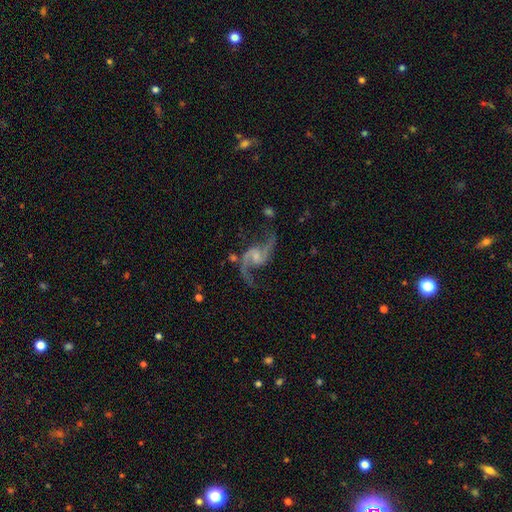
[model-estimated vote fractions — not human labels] featured or disk 91%, star or artifact 5%, smooth 3%. Down the decision tree: edge-on disk — no (98%); bar — no (45%); spiral arms — yes (98%); spiral arm count — 2 (94%); spiral winding — loose (73%); bulge size — small (50%); merging — none (72%).